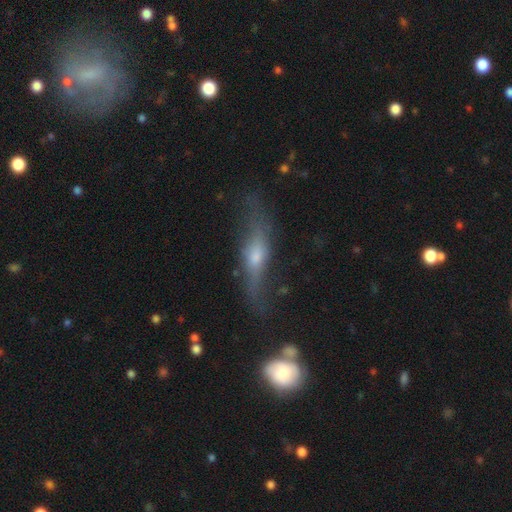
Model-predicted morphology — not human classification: Smooth or featured: featured or disk — 63% (smooth — 28%)
Edge-on disk: yes — 64% (no — 36%)
Merging: none — 54% (minor disturbance — 24%)